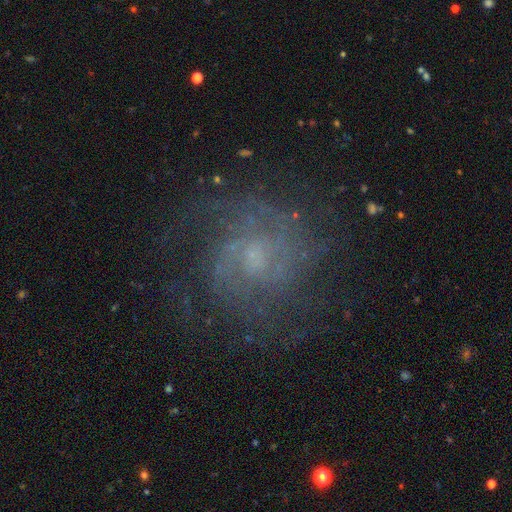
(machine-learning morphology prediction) Q: Smooth or featured?
A: featured or disk (74%); runner-up: smooth (14%)
Q: Edge-on disk?
A: no (98%); runner-up: yes (2%)
Q: Bar?
A: no (59%); runner-up: weak (36%)
Q: Spiral arms?
A: yes (89%); runner-up: no (11%)
Q: Spiral winding?
A: tight (48%); runner-up: medium (39%)
Q: Spiral arm count?
A: can't tell (41%); runner-up: 2 (28%)
Q: Bulge size?
A: small (51%); runner-up: moderate (28%)
Q: Merging?
A: none (72%); runner-up: minor disturbance (15%)